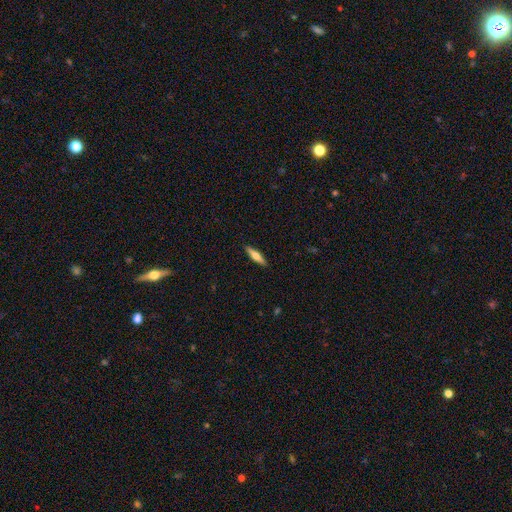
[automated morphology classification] smooth-or-featured: smooth: 54% | featured or disk: 40% | star or artifact: 6%
  how-rounded: cigar-shaped: 75% | in between: 23% | round: 2%
  merging: none: 90% | minor disturbance: 7% | major disturbance: 2% | merger: 1%